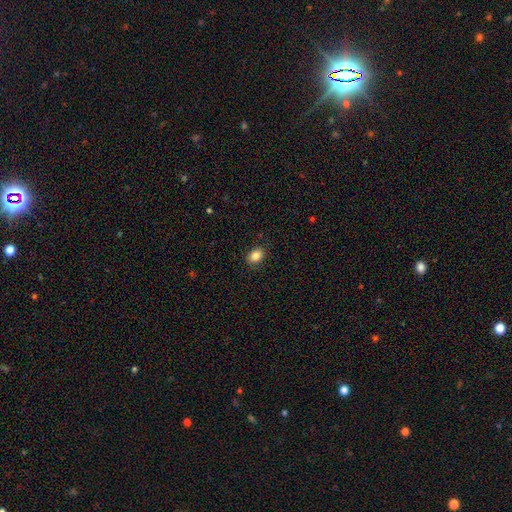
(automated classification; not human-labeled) smooth_or_featured: smooth (p=0.85) [alt: star or artifact p=0.09]
how_rounded: in between (p=0.70) [alt: round p=0.29]
merging: none (p=0.88) [alt: minor disturbance p=0.09]